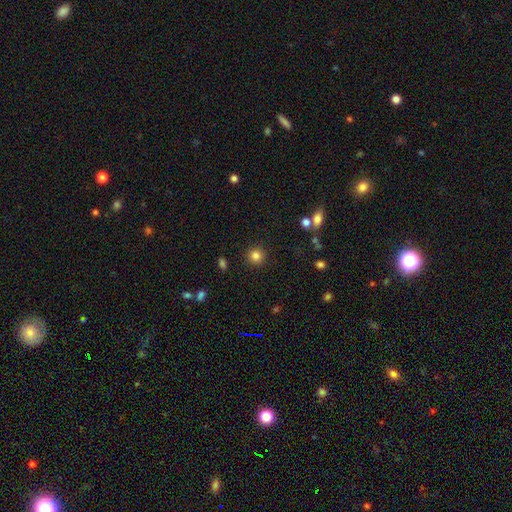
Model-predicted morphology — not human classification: A smooth galaxy with no disk features (83%) that is round (94%).

Vote fractions:
- Smooth or featured? smooth: 83% / star or artifact: 12% / featured or disk: 5%
- How rounded? round: 94% / in between: 5% / cigar-shaped: 1%
- Merging? none: 91% / minor disturbance: 5% / major disturbance: 2% / merger: 1%